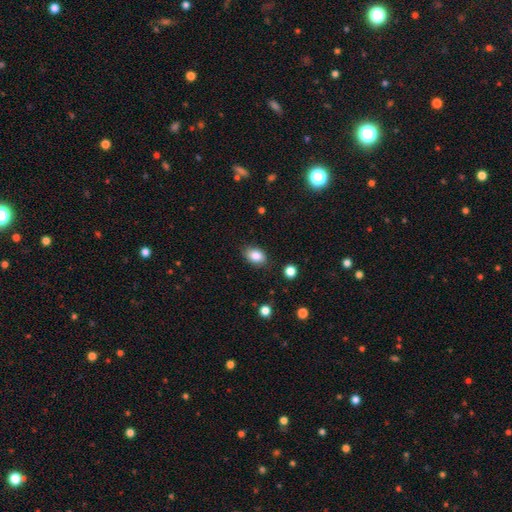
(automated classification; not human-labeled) Smooth or featured? smooth (85%)
How rounded? in between (83%)
Merging? none (82%)